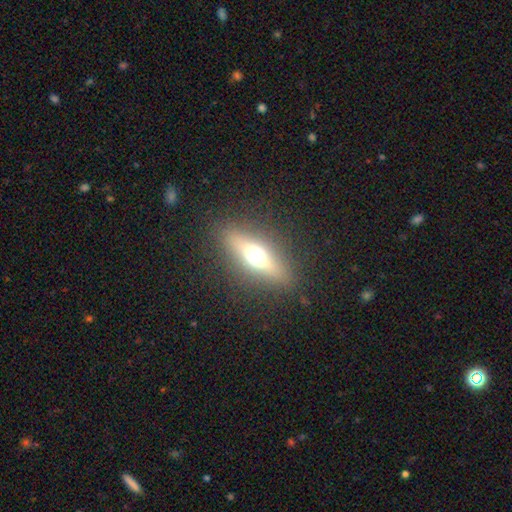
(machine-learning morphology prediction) The model was most divided on "smooth or featured": featured or disk: 47%, smooth: 41%, star or artifact: 12%. More confident: merging — none (86%).